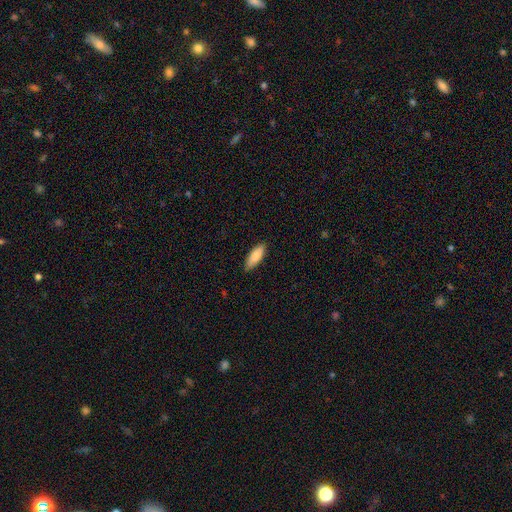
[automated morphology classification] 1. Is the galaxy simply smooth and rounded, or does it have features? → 87% smooth, 8% featured or disk, 5% star or artifact.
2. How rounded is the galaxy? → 64% in between, 34% cigar-shaped, 2% round.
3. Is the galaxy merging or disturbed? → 86% none, 11% minor disturbance, 2% major disturbance, 1% merger.